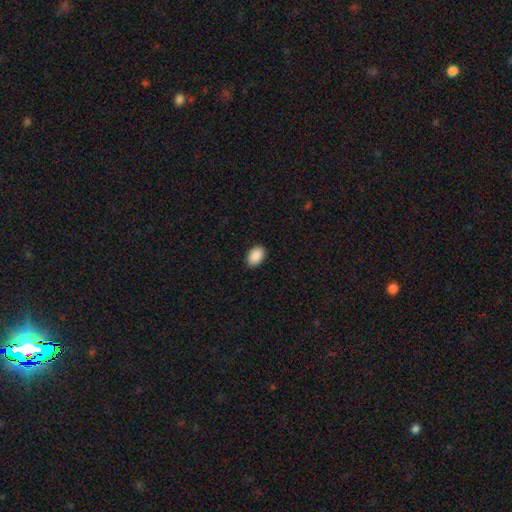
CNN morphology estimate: smooth_or_featured: smooth (p=0.91) [alt: star or artifact p=0.07]
how_rounded: in between (p=0.85) [alt: round p=0.14]
merging: none (p=0.90) [alt: minor disturbance p=0.07]